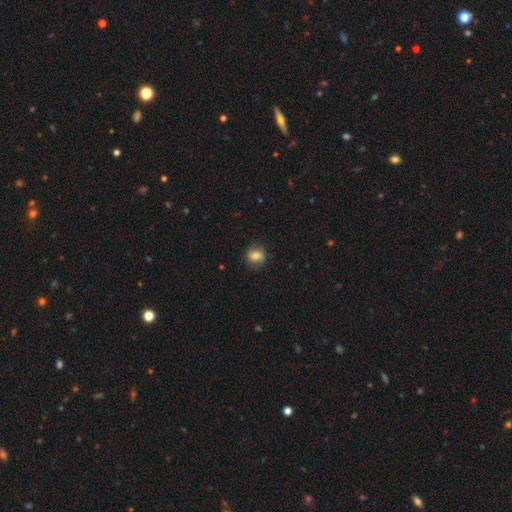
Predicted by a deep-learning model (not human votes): Overall: smooth (71%). How rounded: round (66%; in between 33%). Merging: none (81%).